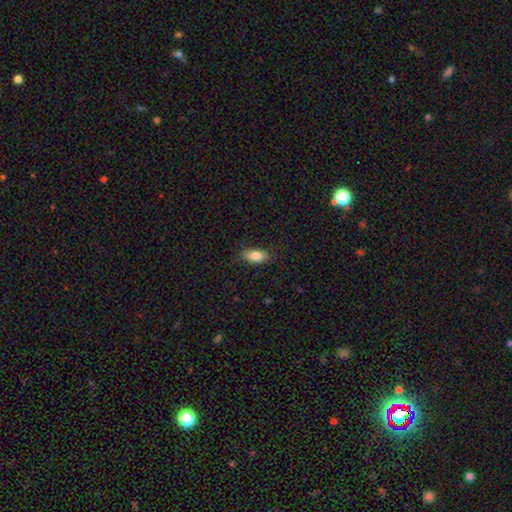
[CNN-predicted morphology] smooth 82%, featured or disk 10%, star or artifact 8%. Down the decision tree: how rounded — in between (88%); merging — none (80%).